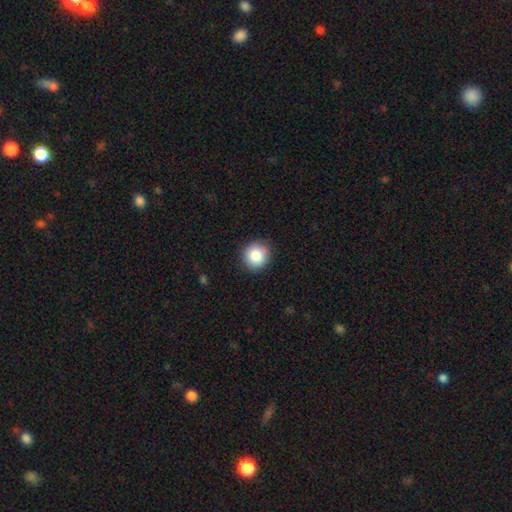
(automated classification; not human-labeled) Smooth or featured?
  - smooth: 84% *
  - star or artifact: 9%
  - featured or disk: 7%
How rounded?
  - round: 91% *
  - in between: 9%
  - cigar-shaped: 1%
Merging?
  - none: 89% *
  - minor disturbance: 8%
  - major disturbance: 2%
  - merger: 1%